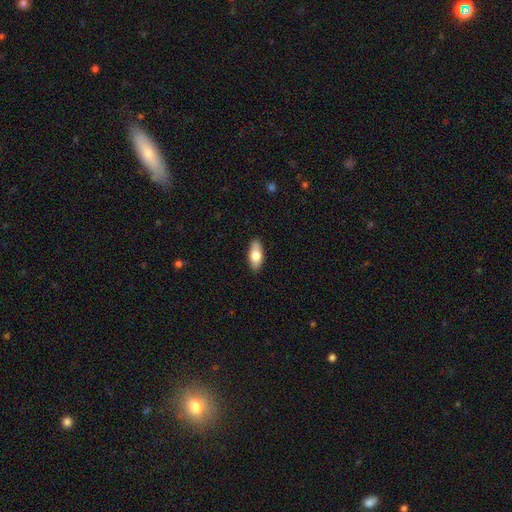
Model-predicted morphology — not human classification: smooth 76%, featured or disk 18%, star or artifact 6%. Down the decision tree: how rounded — in between (84%); merging — none (88%).